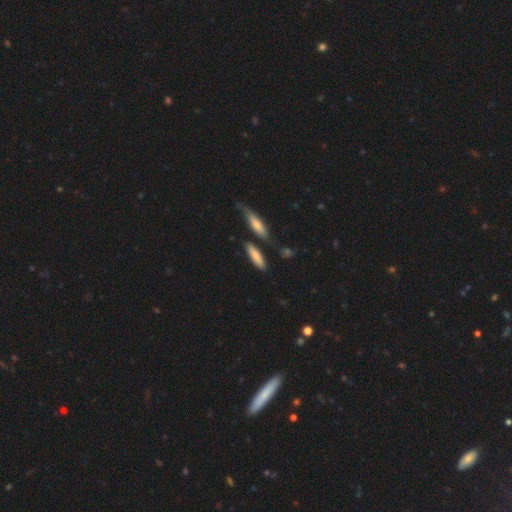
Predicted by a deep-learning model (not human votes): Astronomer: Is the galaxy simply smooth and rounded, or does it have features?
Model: smooth — 78%.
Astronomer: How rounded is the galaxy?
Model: cigar-shaped — 62%.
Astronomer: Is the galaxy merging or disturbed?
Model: none — 73%.